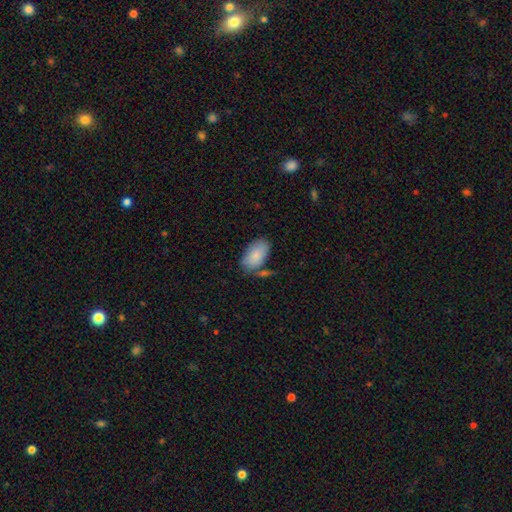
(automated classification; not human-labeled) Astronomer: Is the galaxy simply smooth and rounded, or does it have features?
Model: smooth — 84%.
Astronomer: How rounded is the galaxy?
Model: in between — 95%.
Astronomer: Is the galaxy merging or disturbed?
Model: none — 64%.